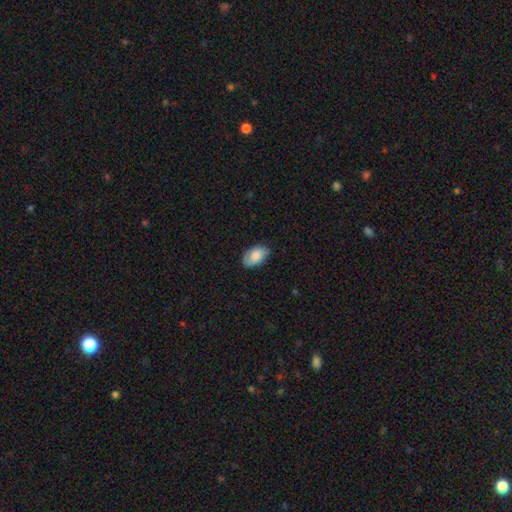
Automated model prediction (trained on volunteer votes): A smooth galaxy with no disk features (78%) that is in between round and cigar-shaped (93%). Merging: none (78%).